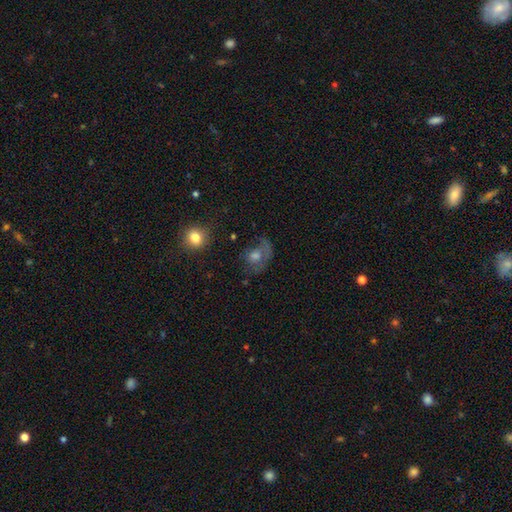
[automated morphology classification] Overall: featured or disk (45%; smooth 40%). Merging: none (42%; major disturbance 33%).